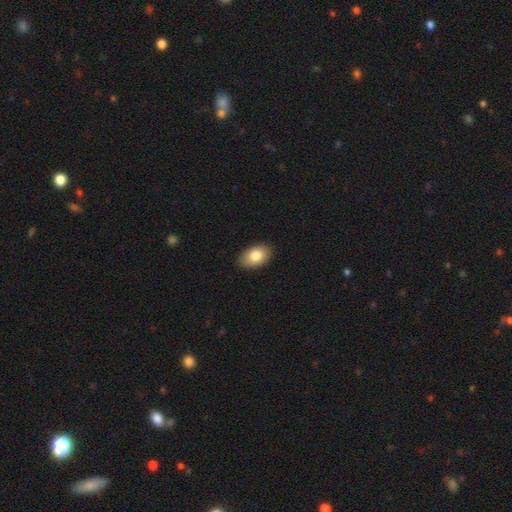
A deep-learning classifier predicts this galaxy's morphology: Q: Smooth or featured?
A: smooth (82%); runner-up: featured or disk (11%)
Q: How rounded?
A: in between (91%); runner-up: round (7%)
Q: Merging?
A: none (88%); runner-up: minor disturbance (9%)